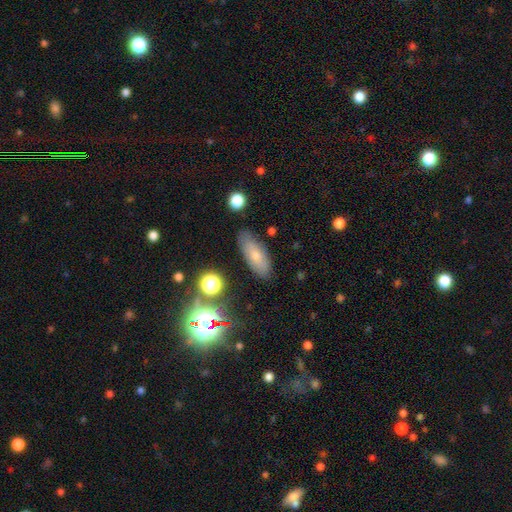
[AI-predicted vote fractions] The model was most divided on "how rounded": in between: 70%, cigar-shaped: 27%, round: 4%. More confident: merging — none (83%); smooth or featured — smooth (70%).